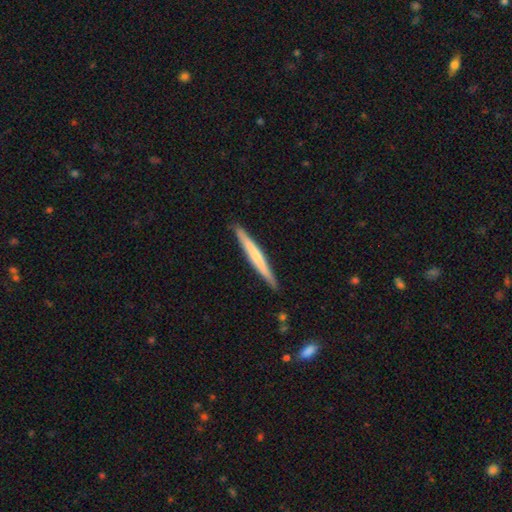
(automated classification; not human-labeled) This is possibly a smooth galaxy (49%). Merging: clearly none (90%).